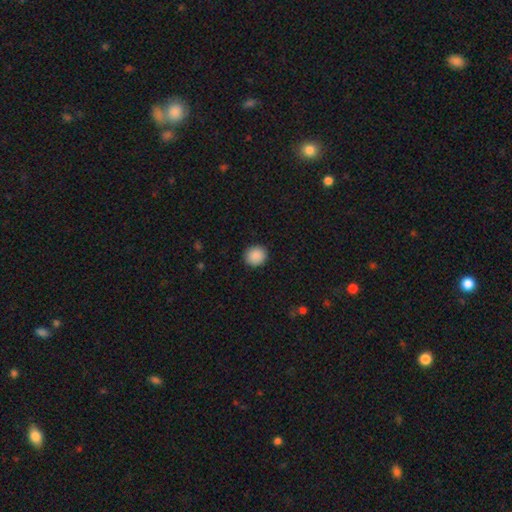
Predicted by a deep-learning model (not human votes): This appears to be a smooth galaxy with no disk features (90%) that is round (86%). Merging: none (91%).